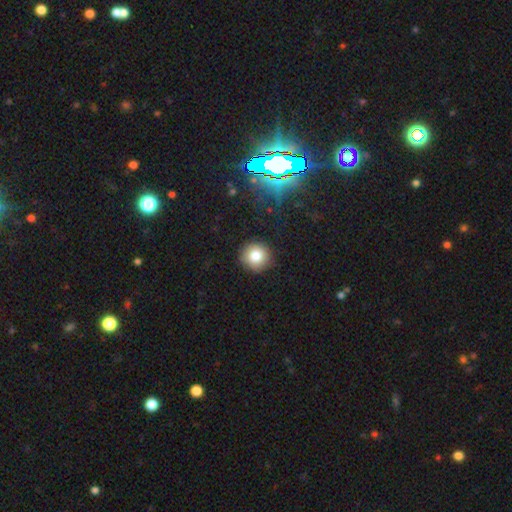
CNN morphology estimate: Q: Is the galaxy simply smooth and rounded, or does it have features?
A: smooth — 80%.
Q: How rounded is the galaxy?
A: round — 94%.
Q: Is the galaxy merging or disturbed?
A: none — 89%.